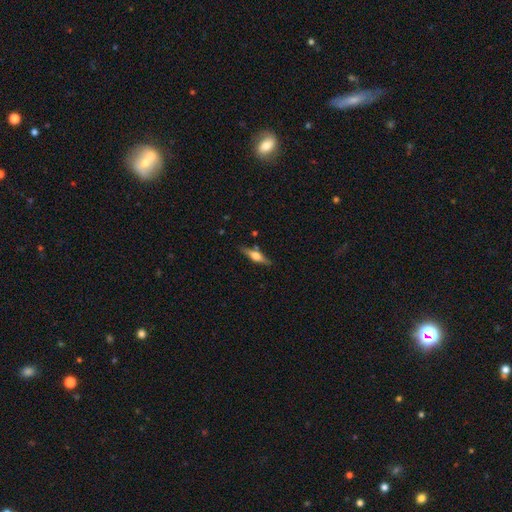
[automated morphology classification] featured or disk 60%, smooth 34%, star or artifact 7%. Down the decision tree: edge-on disk — yes (96%); edge-on bulge — rounded (87%); merging — none (83%).